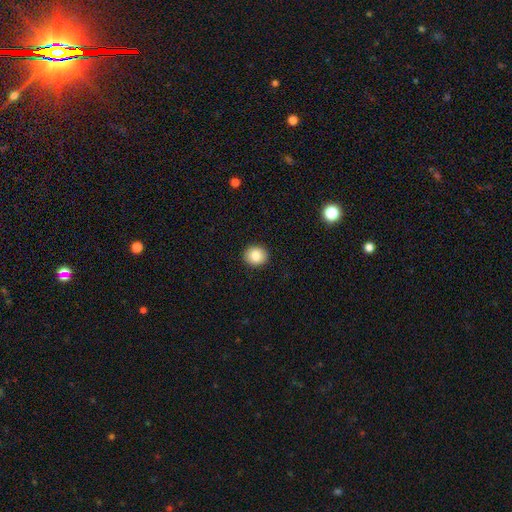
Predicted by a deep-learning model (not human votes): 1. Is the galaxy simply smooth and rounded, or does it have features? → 86% smooth, 9% star or artifact, 5% featured or disk.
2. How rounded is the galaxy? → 81% round, 18% in between, 1% cigar-shaped.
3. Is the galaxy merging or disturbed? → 92% none, 6% minor disturbance, 2% major disturbance, 1% merger.